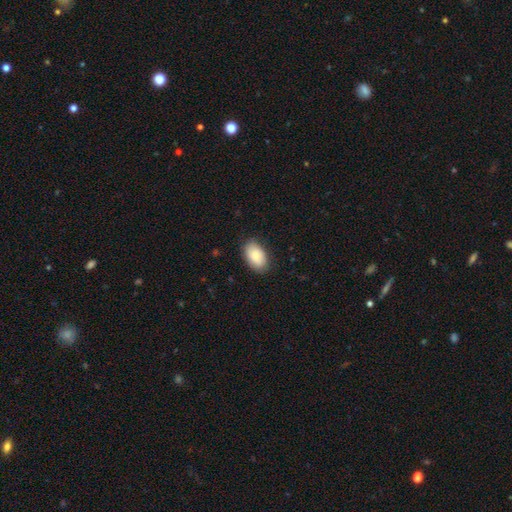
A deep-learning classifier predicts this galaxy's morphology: smooth_or_featured: smooth (p=0.86) [alt: featured or disk p=0.08]
how_rounded: in between (p=0.93) [alt: round p=0.05]
merging: none (p=0.85) [alt: minor disturbance p=0.12]